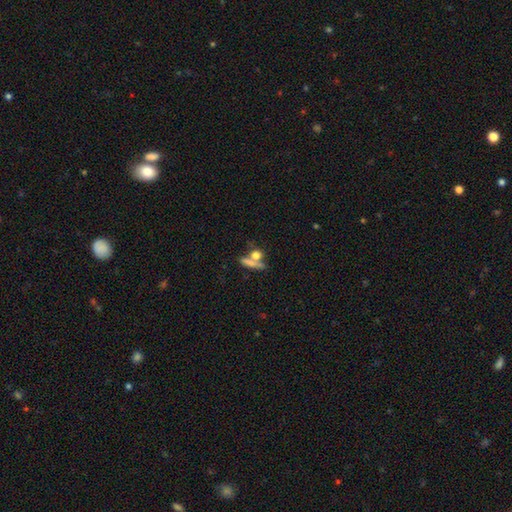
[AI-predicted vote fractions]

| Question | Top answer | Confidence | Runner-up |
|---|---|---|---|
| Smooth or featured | smooth | 68% | featured or disk (19%) |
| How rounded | round | 47% | in between (29%) |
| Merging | none | 46% | merger (37%) |